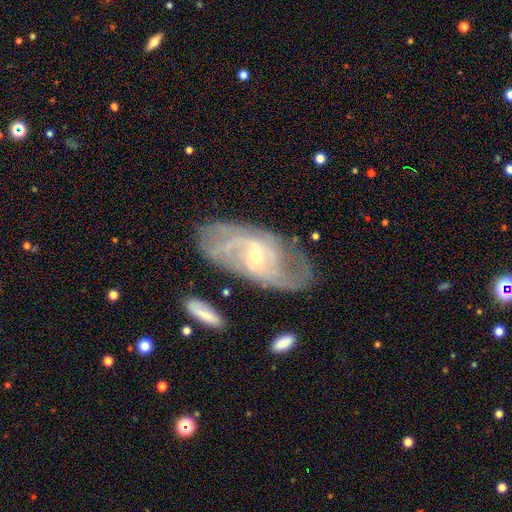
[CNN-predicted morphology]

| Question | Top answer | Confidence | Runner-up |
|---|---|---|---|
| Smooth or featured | featured or disk | 84% | smooth (9%) |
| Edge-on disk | no | 94% | yes (6%) |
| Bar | weak | 46% | no (38%) |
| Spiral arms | yes | 93% | no (7%) |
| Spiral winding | medium | 42% | tight (35%) |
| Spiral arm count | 2 | 45% | can't tell (29%) |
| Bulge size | small | 67% | moderate (30%) |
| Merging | none | 68% | minor disturbance (19%) |